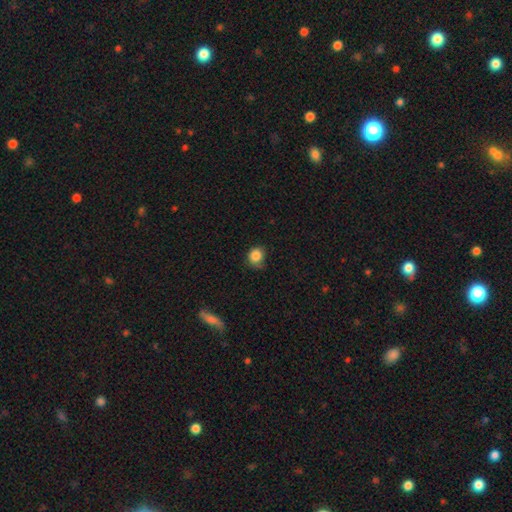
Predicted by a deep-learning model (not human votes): Smooth or featured? smooth (85%)
How rounded? round (79%)
Merging? none (67%)